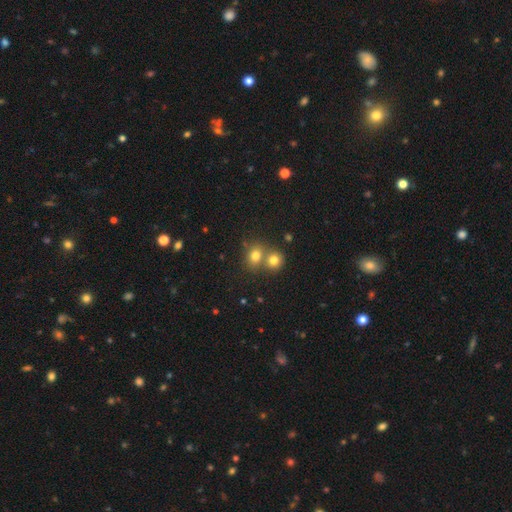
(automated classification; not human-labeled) Smooth or featured? smooth (76%)
How rounded? round (65%)
Merging? merger (47%)